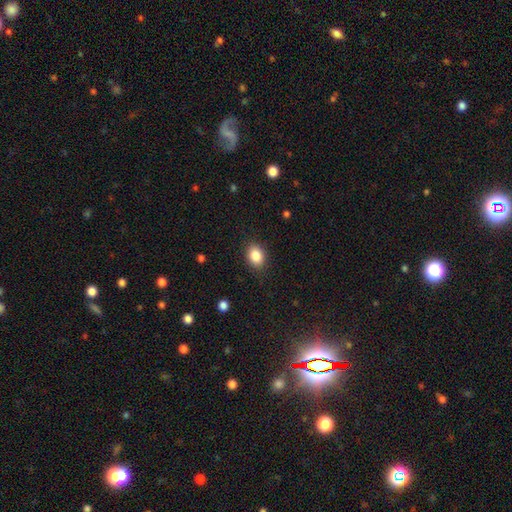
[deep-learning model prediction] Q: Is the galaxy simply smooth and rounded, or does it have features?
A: smooth — 86%.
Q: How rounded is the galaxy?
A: in between — 65%.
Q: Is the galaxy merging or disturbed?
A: none — 87%.